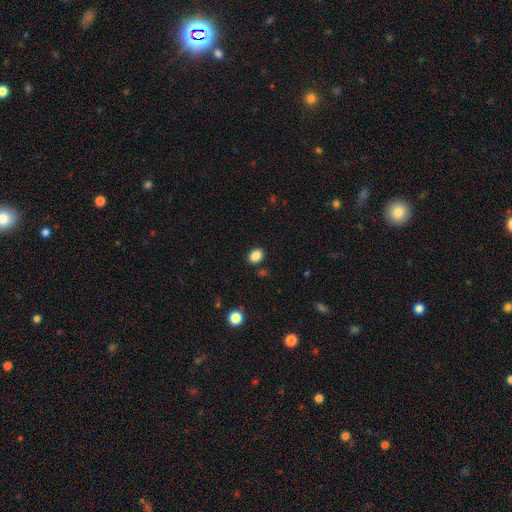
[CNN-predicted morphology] This is clearly a smooth galaxy (87%). How rounded: likely in between (69%). Merging: clearly none (87%).